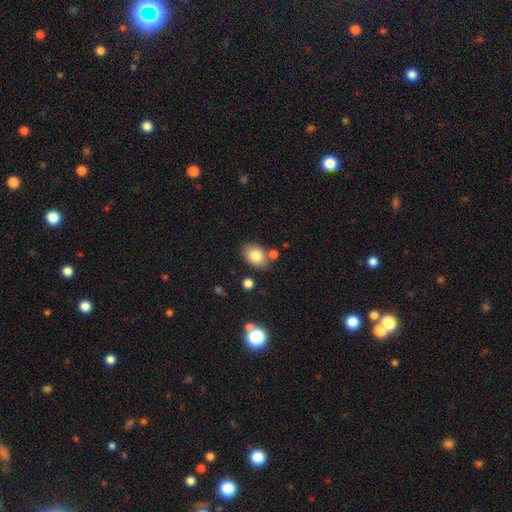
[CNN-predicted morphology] This appears to be a smooth galaxy with no disk features (81%) that is in between round and cigar-shaped (74%). Merging: none (73%).